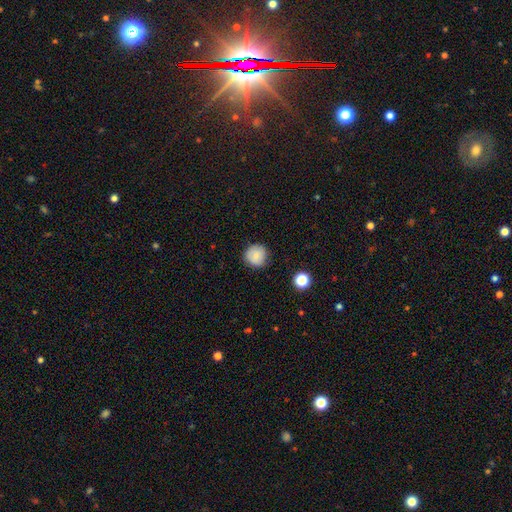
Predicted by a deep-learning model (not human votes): Smooth or featured? Predicted: smooth (p=0.81). How rounded? Predicted: round (p=0.93). Merging? Predicted: none (p=0.84).